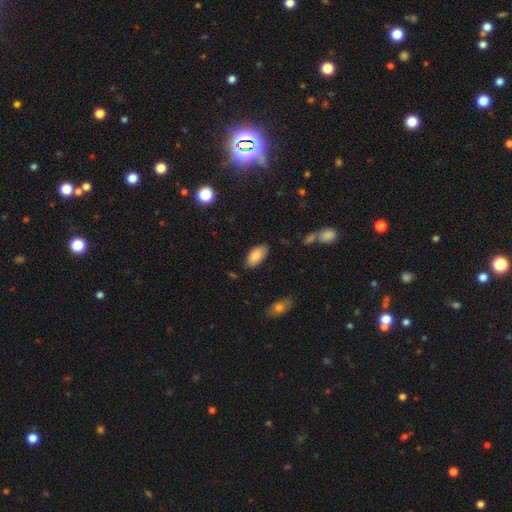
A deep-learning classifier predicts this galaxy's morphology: smooth 85%, featured or disk 8%, star or artifact 7%. Down the decision tree: how rounded — in between (94%); merging — none (80%).